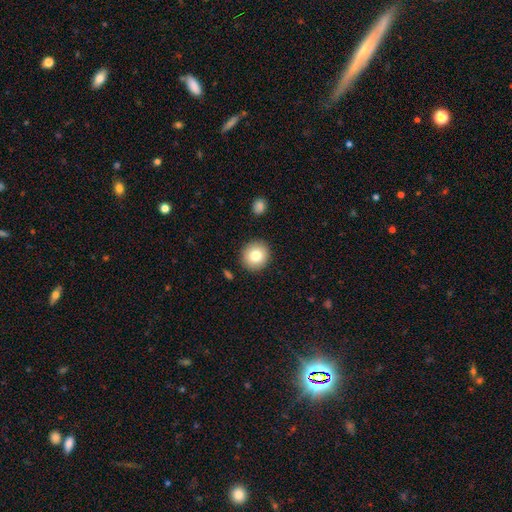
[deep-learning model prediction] Smooth or featured: smooth — 81% (featured or disk — 10%)
How rounded: round — 90% (in between — 9%)
Merging: none — 90% (minor disturbance — 7%)